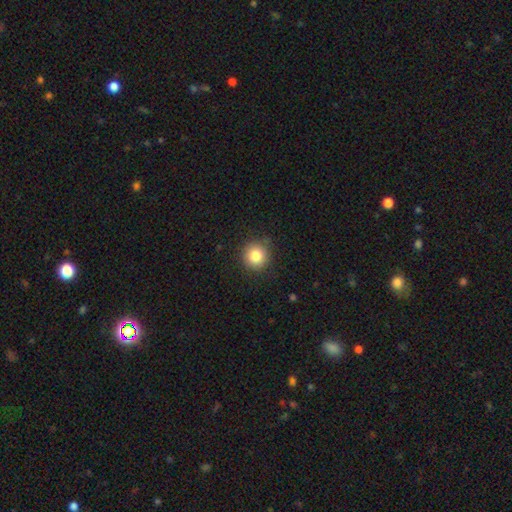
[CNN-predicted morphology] The model was most divided on "smooth or featured": smooth: 83%, star or artifact: 10%, featured or disk: 7%. More confident: how rounded — round (93%); merging — none (87%).